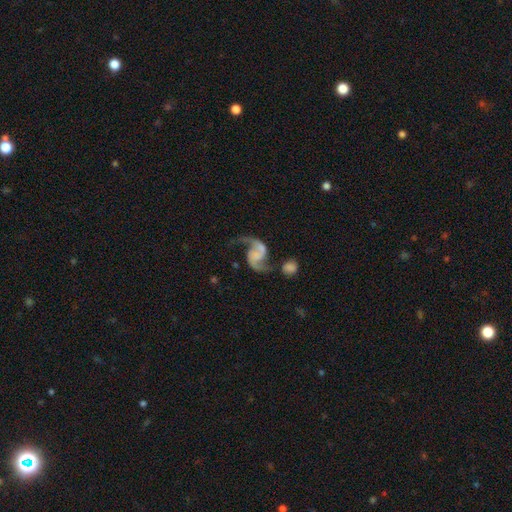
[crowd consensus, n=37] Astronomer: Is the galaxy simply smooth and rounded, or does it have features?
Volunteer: featured or disk — 92%.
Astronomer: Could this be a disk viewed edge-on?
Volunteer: no — 94%.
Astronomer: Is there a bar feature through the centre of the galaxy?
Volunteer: no — 75%.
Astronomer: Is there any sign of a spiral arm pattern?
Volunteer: yes — 100%.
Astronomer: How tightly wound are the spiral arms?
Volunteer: loose — 53% (runner-up: medium, 41%).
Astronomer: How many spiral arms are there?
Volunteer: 2 — 100%.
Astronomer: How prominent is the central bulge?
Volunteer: none — 75%.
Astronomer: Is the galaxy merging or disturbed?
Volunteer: none — 66%.